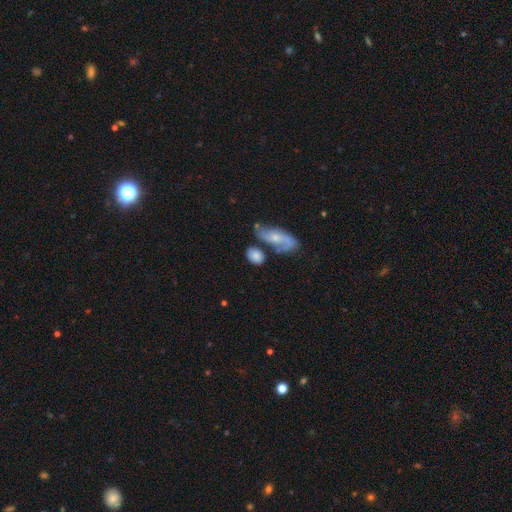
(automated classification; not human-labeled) Smooth or featured?
  - smooth: 72% *
  - featured or disk: 21%
  - star or artifact: 7%
How rounded?
  - in between: 76% *
  - round: 20%
  - cigar-shaped: 4%
Merging?
  - none: 52% *
  - merger: 23%
  - minor disturbance: 17%
  - major disturbance: 8%